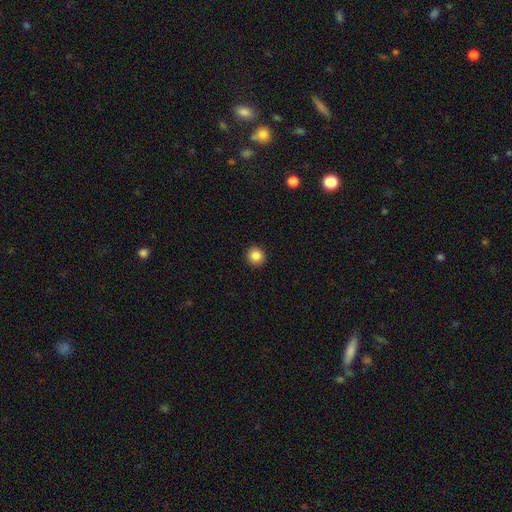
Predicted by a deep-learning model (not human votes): smooth_or_featured: smooth (p=0.86) [alt: star or artifact p=0.10]
how_rounded: round (p=0.95) [alt: in between p=0.04]
merging: none (p=0.93) [alt: minor disturbance p=0.04]